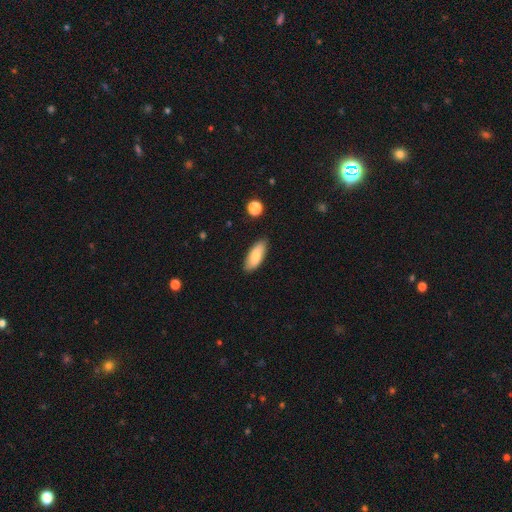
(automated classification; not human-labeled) Overall: smooth (83%). How rounded: in between (78%). Merging: none (86%).